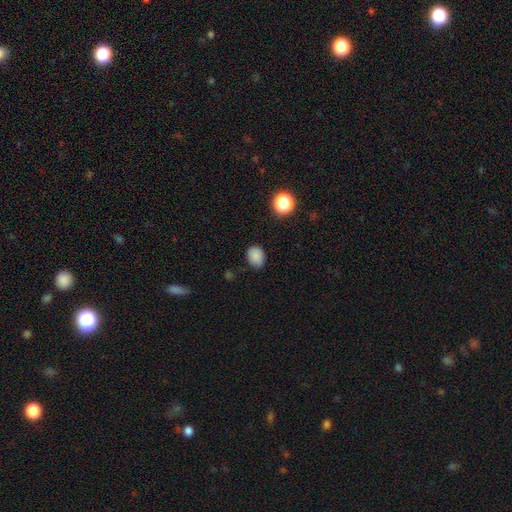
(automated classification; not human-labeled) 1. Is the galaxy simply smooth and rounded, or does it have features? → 84% smooth, 11% star or artifact, 4% featured or disk.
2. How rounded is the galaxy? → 55% in between, 44% round, 1% cigar-shaped.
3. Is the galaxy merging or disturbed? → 78% none, 18% minor disturbance, 3% major disturbance, 2% merger.